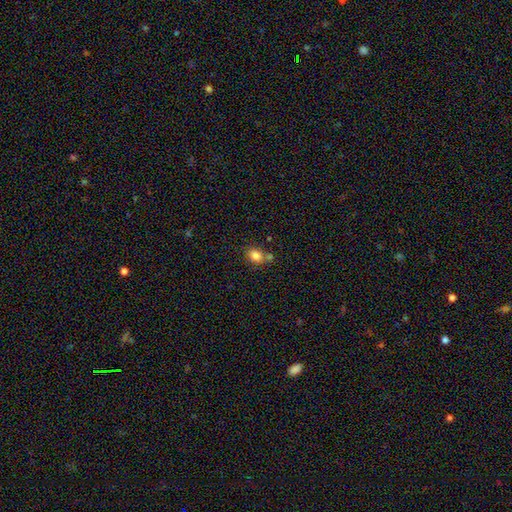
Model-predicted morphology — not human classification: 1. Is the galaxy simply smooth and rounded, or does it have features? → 83% smooth, 11% star or artifact, 7% featured or disk.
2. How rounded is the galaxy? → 54% in between, 45% round, 1% cigar-shaped.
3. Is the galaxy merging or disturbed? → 59% none, 24% merger, 13% minor disturbance, 4% major disturbance.